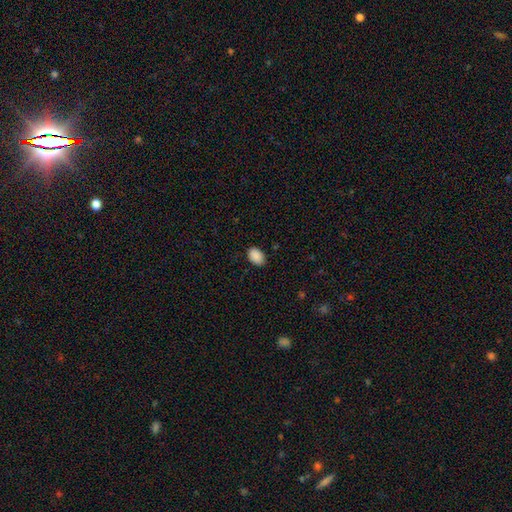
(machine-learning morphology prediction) smooth_or_featured: smooth (p=0.90) [alt: star or artifact p=0.08]
how_rounded: in between (p=0.80) [alt: round p=0.19]
merging: none (p=0.86) [alt: minor disturbance p=0.11]